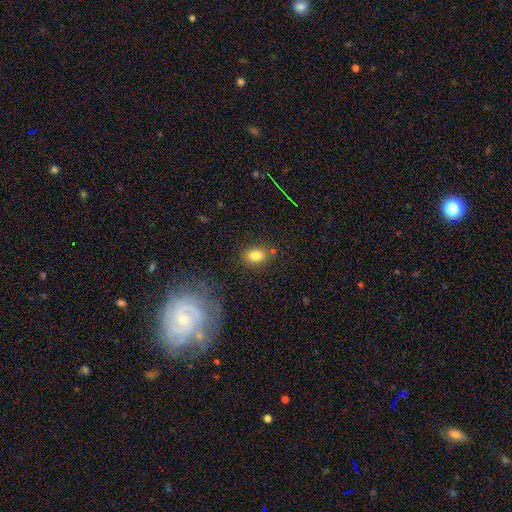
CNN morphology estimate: Smooth or featured?
  - smooth: 82% *
  - star or artifact: 10%
  - featured or disk: 8%
How rounded?
  - in between: 76% *
  - round: 22%
  - cigar-shaped: 2%
Merging?
  - none: 79% *
  - minor disturbance: 12%
  - merger: 5%
  - major disturbance: 3%